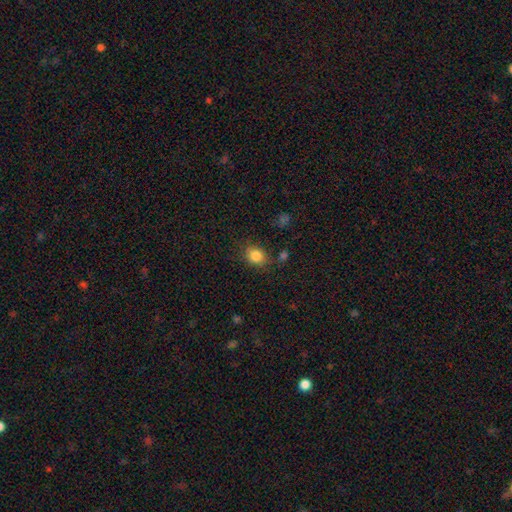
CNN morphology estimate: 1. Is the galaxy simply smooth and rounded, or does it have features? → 84% smooth, 10% star or artifact, 6% featured or disk.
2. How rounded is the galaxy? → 55% round, 44% in between, 1% cigar-shaped.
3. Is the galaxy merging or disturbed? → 77% none, 15% minor disturbance, 5% major disturbance, 4% merger.